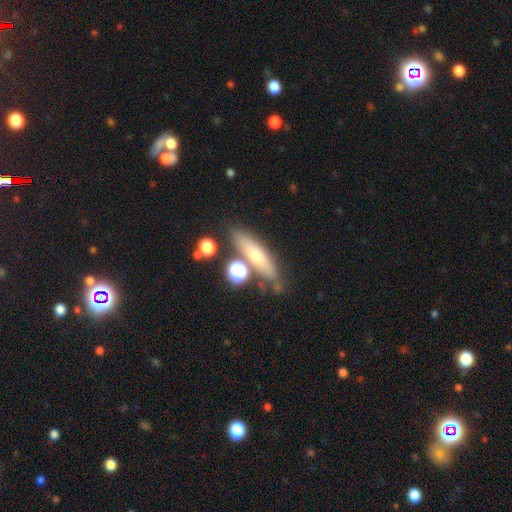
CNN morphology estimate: The model was most divided on "smooth or featured": smooth: 60%, featured or disk: 30%, star or artifact: 10%. More confident: merging — none (69%); how rounded — cigar-shaped (68%).